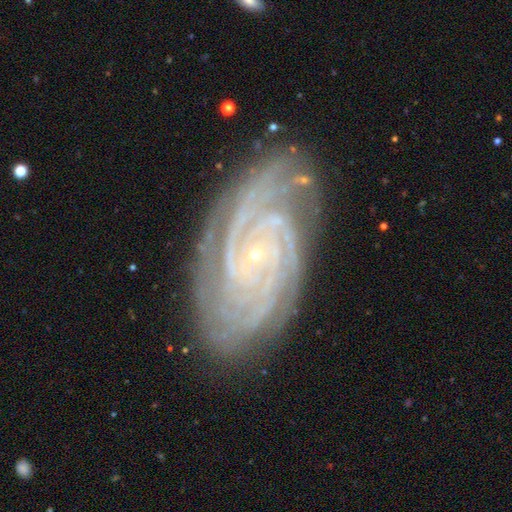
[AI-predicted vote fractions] The model was most divided on "spiral arm count" (2-way tie): 4: 22%, 3: 22%, 2: 19%, can't tell: 15%, more than 4: 13%, 1: 9%. More confident: spiral arms — yes (99%); edge-on disk — no (97%); smooth or featured — featured or disk (91%); bulge size — small (89%); merging — none (82%); spiral winding — tight (81%); bar — no (70%).